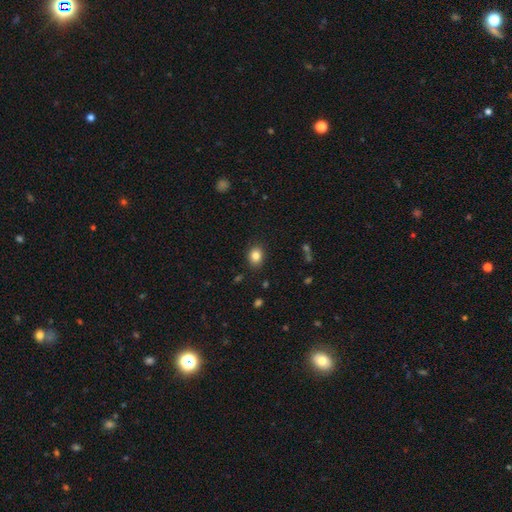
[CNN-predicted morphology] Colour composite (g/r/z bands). It shows a smooth galaxy with no disk features (83%) that is round (51%). Merging: none (87%).